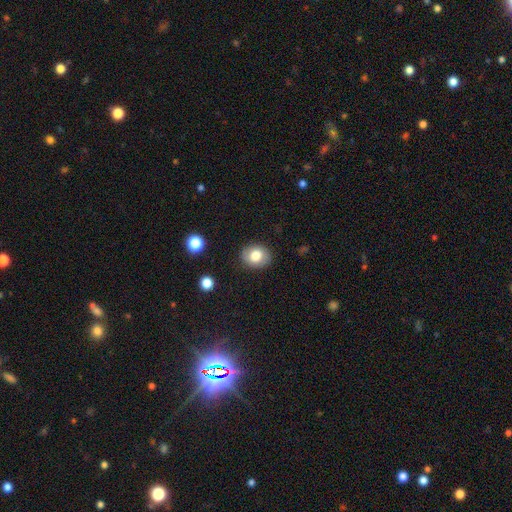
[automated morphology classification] A smooth galaxy with no disk features (75%) that is round (50%). Merging: none (84%).